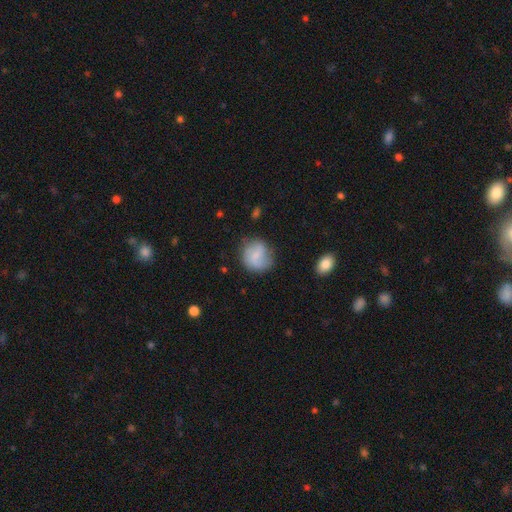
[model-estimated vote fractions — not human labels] This appears to be a smooth galaxy with no disk features (61%) that is round (84%). Merging: none (67%).